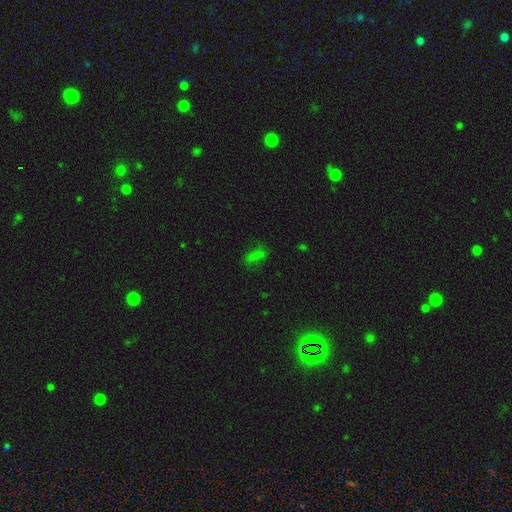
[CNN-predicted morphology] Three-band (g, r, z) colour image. It shows a smooth galaxy with no disk features (68%) that is in between round and cigar-shaped (66%). Merging: none (65%).